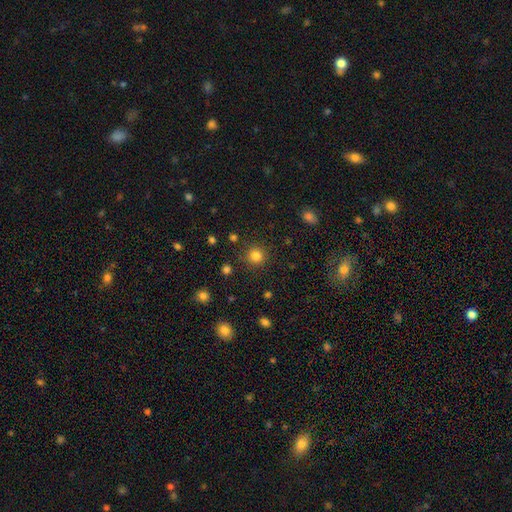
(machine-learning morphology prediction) smooth 82%, star or artifact 13%, featured or disk 4%. Down the decision tree: how rounded — round (92%); merging — none (88%).